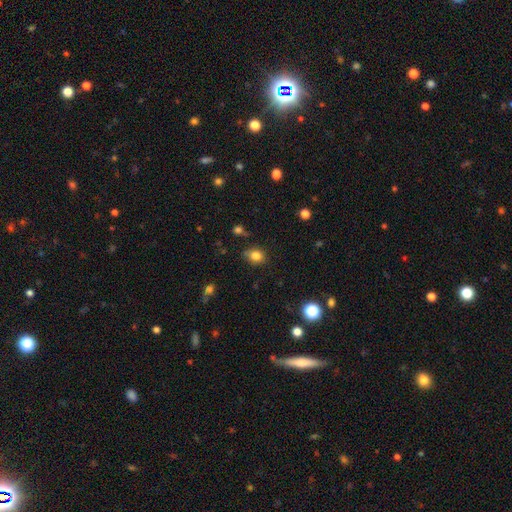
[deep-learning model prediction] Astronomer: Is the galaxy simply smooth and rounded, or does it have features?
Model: smooth — 82%.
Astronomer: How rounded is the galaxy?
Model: round — 64%.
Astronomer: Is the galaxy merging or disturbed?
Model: none — 74%.